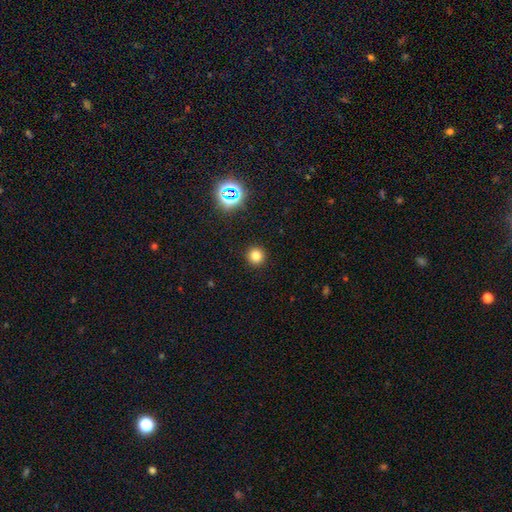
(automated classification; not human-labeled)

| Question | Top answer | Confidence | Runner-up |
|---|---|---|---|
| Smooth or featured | smooth | 78% | star or artifact (17%) |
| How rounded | round | 94% | in between (5%) |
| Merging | none | 92% | minor disturbance (5%) |